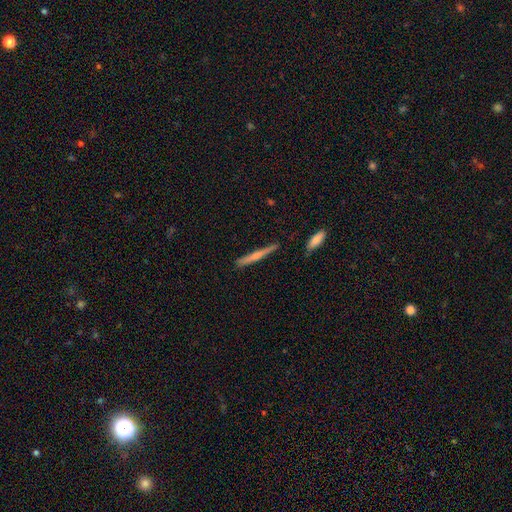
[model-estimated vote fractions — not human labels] Smooth or featured?
  - smooth: 50% *
  - featured or disk: 44%
  - star or artifact: 6%
Merging?
  - none: 85% *
  - minor disturbance: 11%
  - merger: 2%
  - major disturbance: 2%